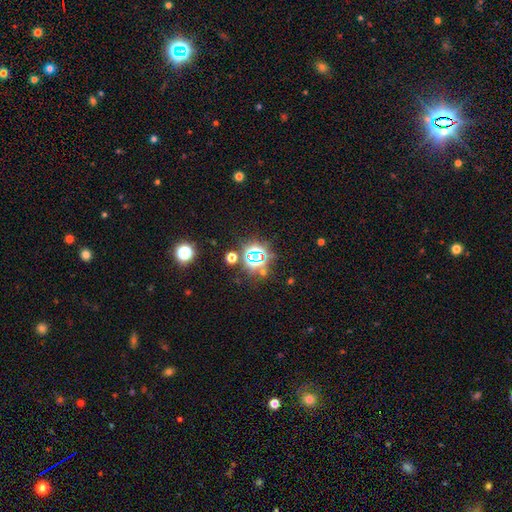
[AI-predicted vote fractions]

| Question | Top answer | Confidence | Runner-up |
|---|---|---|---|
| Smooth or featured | star or artifact | 74% | smooth (17%) |